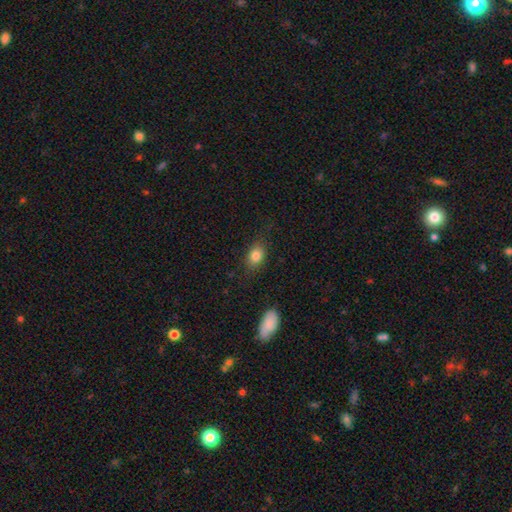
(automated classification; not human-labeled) Morphology: type=smooth (82%); roundness=in between (76%); merging=none (79%).